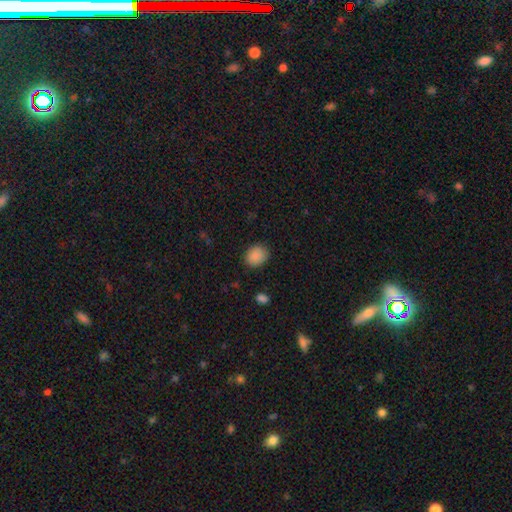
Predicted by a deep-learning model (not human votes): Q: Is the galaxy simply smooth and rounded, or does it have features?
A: smooth — 88%.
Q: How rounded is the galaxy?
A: round — 56%.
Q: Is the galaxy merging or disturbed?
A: none — 85%.